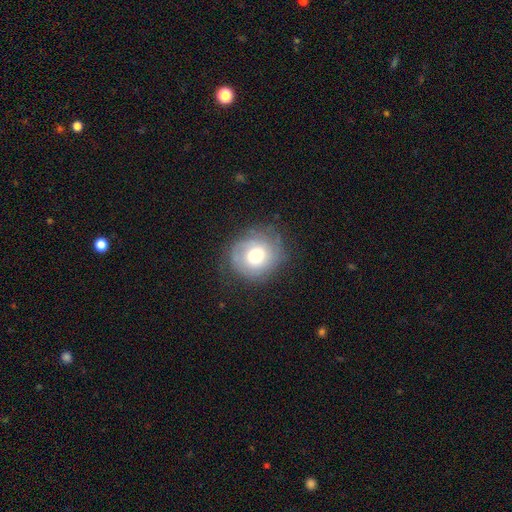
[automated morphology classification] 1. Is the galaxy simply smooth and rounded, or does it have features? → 52% smooth, 39% featured or disk, 9% star or artifact.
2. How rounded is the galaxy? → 84% round, 16% in between, 1% cigar-shaped.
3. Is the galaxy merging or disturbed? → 69% none, 20% minor disturbance, 10% major disturbance, 1% merger.